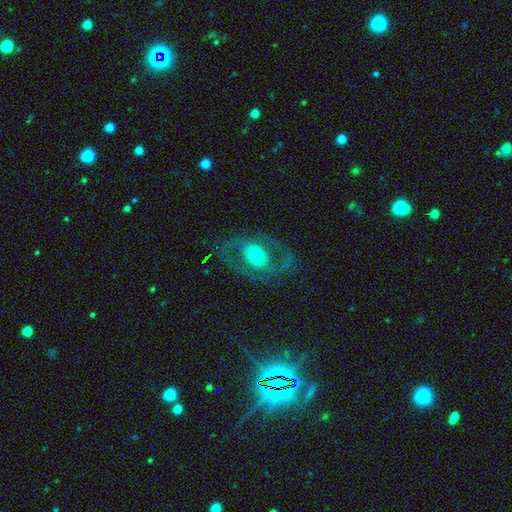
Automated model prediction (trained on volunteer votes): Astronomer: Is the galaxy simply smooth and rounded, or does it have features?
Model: featured or disk — 67%.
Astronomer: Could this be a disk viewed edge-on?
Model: no — 94%.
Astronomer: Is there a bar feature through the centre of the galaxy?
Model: no — 68%.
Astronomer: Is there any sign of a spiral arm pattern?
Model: no — 51% (runner-up: yes, 49%).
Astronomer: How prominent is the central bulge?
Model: moderate — 62%.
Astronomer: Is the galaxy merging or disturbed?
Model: none — 74%.